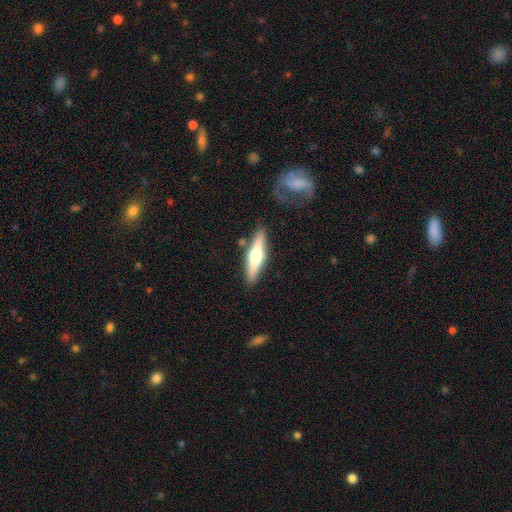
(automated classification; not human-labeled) This appears to be a featured or disk galaxy (54%) viewed edge-on (93%) with a rounded central bulge (92%). Merging: none (83%).